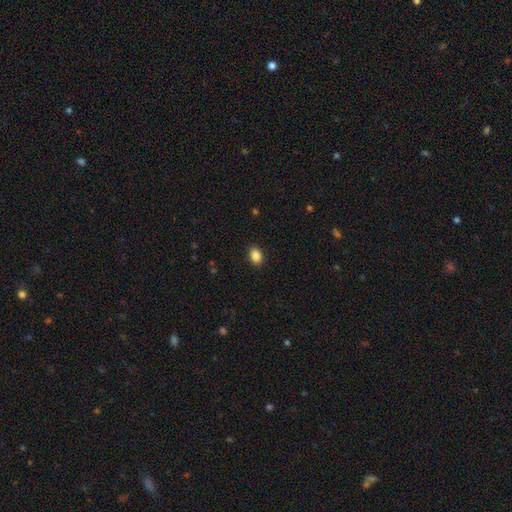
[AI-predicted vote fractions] Smooth or featured? smooth (88%)
How rounded? in between (71%)
Merging? none (90%)